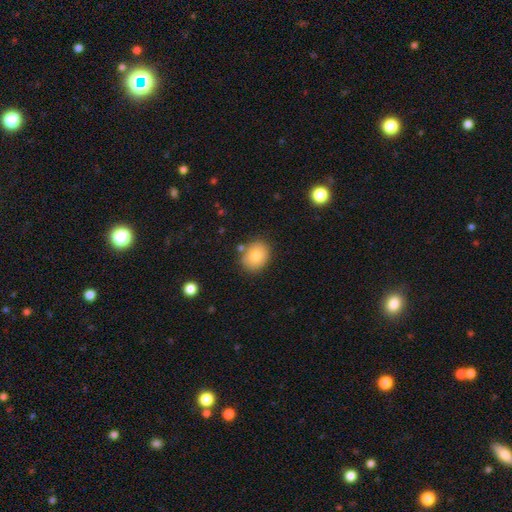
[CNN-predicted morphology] This appears to be a smooth galaxy with no disk features (79%) that is round (52%). Merging: none (80%).